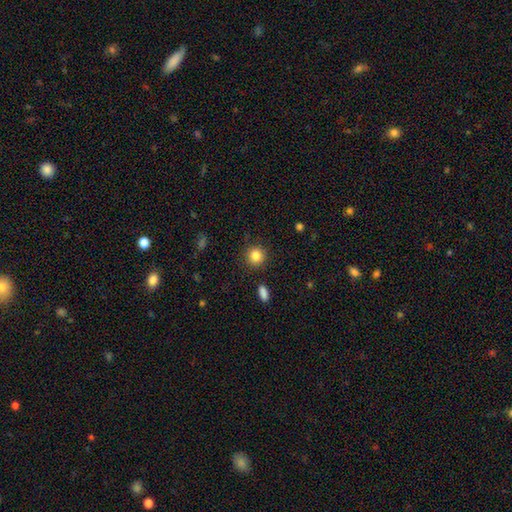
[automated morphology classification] Smooth or featured: smooth — 85% (star or artifact — 10%)
How rounded: round — 92% (in between — 7%)
Merging: none — 89% (minor disturbance — 7%)